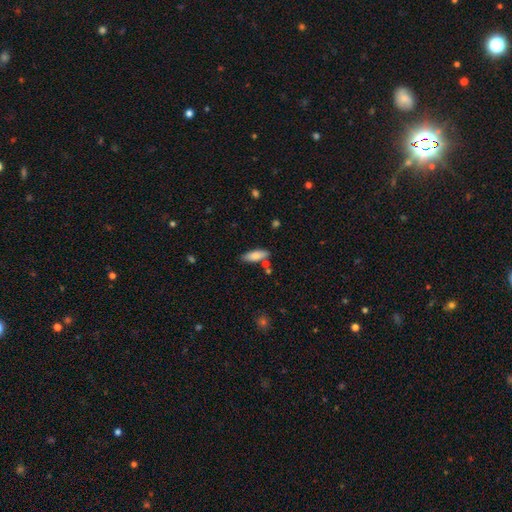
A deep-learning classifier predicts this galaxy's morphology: A smooth galaxy with no disk features (79%) that is in between round and cigar-shaped (63%).

Vote fractions:
- Smooth or featured? smooth: 79% / featured or disk: 14% / star or artifact: 6%
- How rounded? in between: 63% / cigar-shaped: 35% / round: 2%
- Merging? none: 77% / minor disturbance: 13% / merger: 7% / major disturbance: 3%